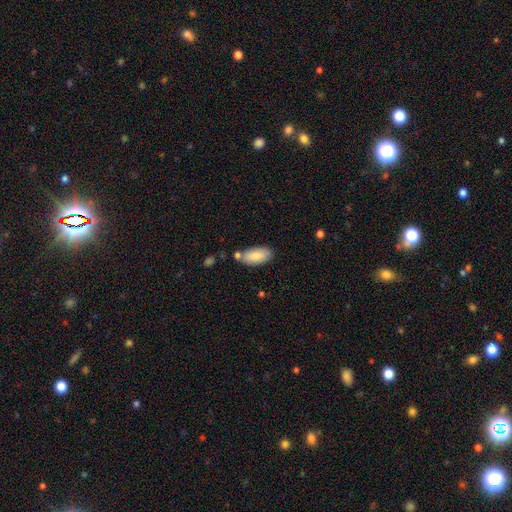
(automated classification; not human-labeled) A smooth galaxy with no disk features (83%) that is in between round and cigar-shaped (92%). Merging: none (71%).